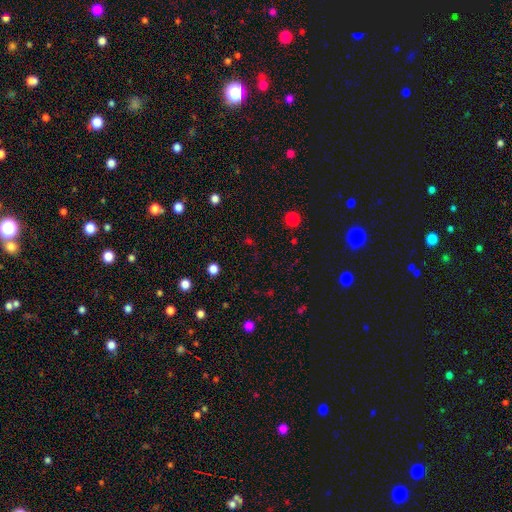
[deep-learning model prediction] Smooth or featured: star or artifact — 56% (smooth — 37%)